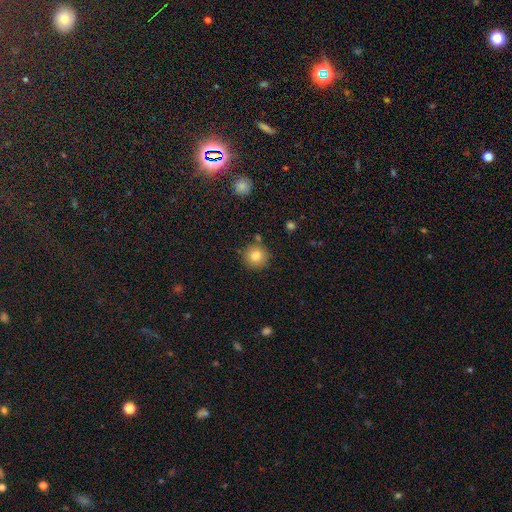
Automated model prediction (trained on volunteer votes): smooth_or_featured: smooth (p=0.80) [alt: star or artifact p=0.11]
how_rounded: round (p=0.95) [alt: in between p=0.04]
merging: none (p=0.86) [alt: minor disturbance p=0.08]